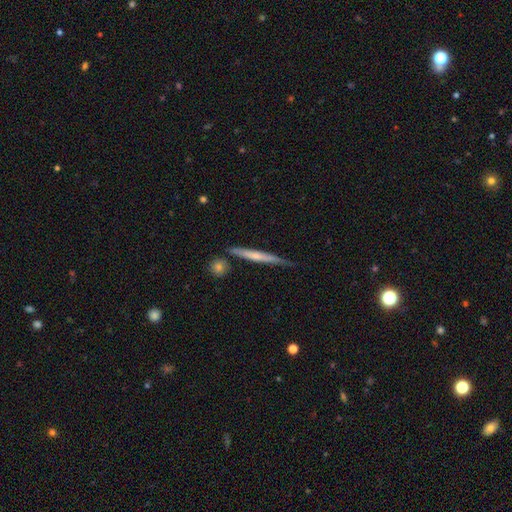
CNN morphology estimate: Smooth or featured: featured or disk — 52% (smooth — 42%)
Edge-on disk: yes — 95% (no — 5%)
Merging: none — 76% (minor disturbance — 16%)